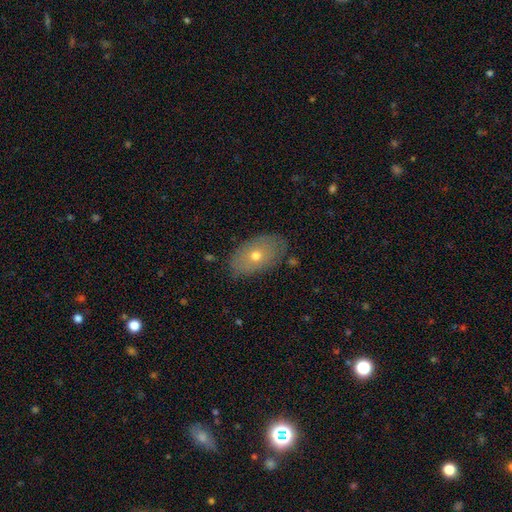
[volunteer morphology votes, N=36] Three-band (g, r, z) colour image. It shows a smooth galaxy with no disk features (58%) that is in between round and cigar-shaped (100%). Merging: none (60%).